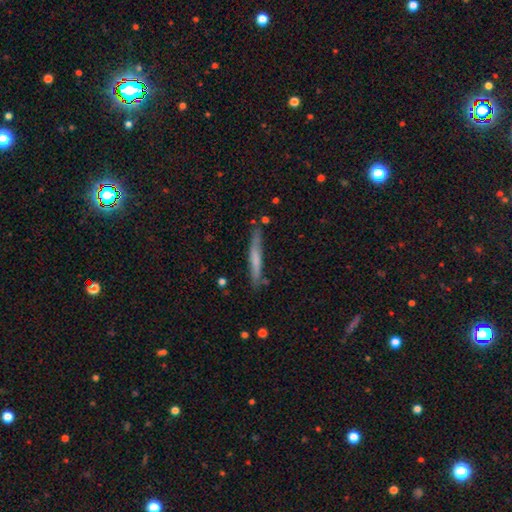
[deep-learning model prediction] Smooth or featured? Predicted: featured or disk (p=0.46). Merging? Predicted: none (p=0.82).